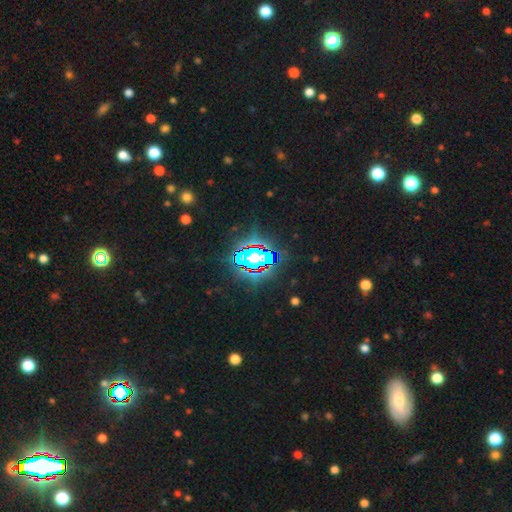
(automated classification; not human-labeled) Smooth or featured?
  - star or artifact: 73% *
  - smooth: 15%
  - featured or disk: 12%